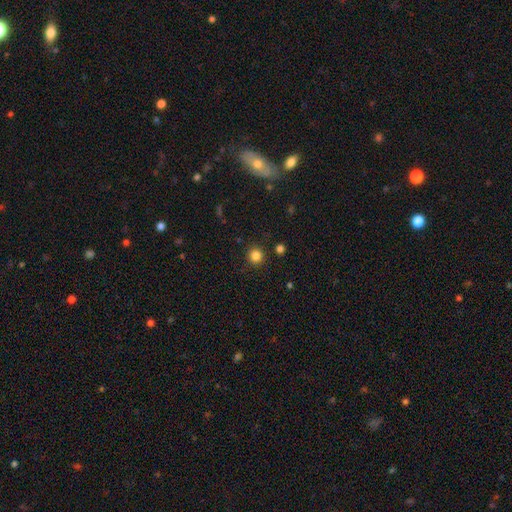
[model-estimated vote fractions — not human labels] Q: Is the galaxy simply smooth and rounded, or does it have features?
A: smooth — 84%.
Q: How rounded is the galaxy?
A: round — 94%.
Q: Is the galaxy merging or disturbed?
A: none — 90%.